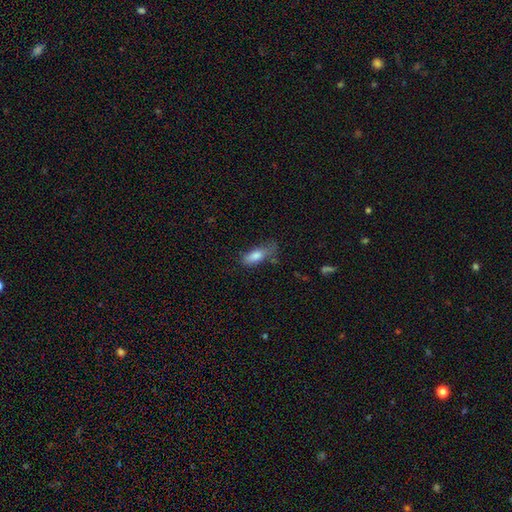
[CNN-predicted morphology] A smooth galaxy with no disk features (79%) that is in between round and cigar-shaped (72%). Merging: none (45%).